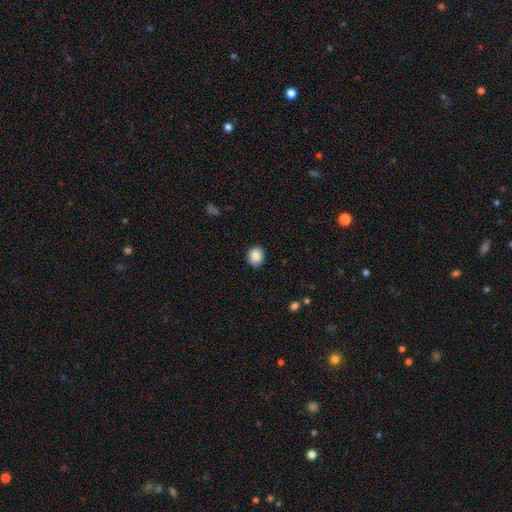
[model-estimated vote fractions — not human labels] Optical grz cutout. It shows a smooth galaxy with no disk features (88%) that is round (75%). Merging: none (87%).